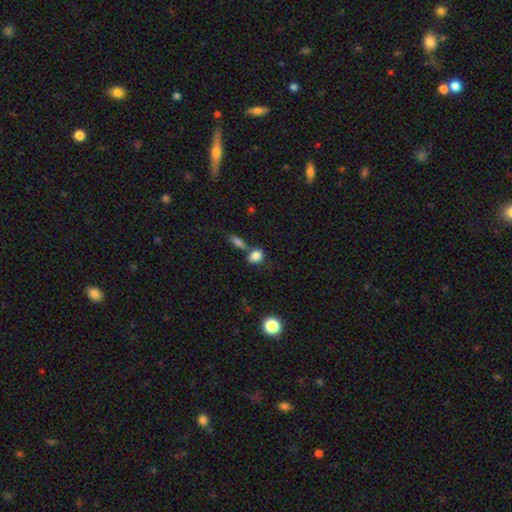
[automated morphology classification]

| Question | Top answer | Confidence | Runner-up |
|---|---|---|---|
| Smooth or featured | smooth | 84% | star or artifact (10%) |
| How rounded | in between | 61% | round (37%) |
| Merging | none | 47% | merger (33%) |